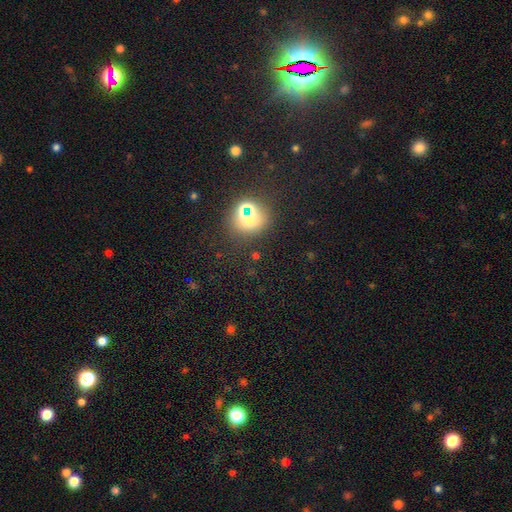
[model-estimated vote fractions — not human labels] Morphology: type=star or artifact (54%).